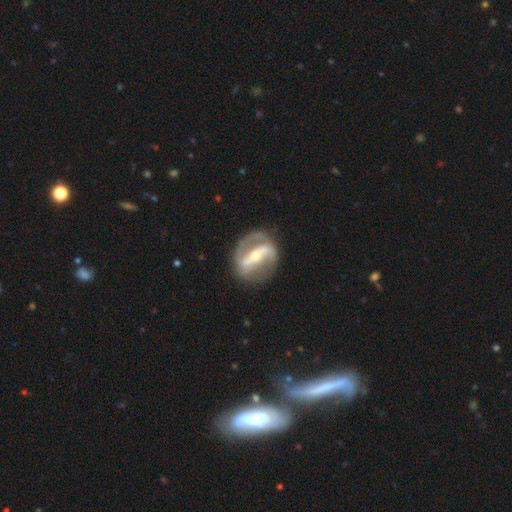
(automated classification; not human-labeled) featured or disk 86%, smooth 9%, star or artifact 5%. Down the decision tree: edge-on disk — no (92%); bar — strong (73%); spiral arms — yes (85%); spiral arm count — 2 (86%); spiral winding — medium (44%); bulge size — moderate (48%, tied with small); merging — none (75%).